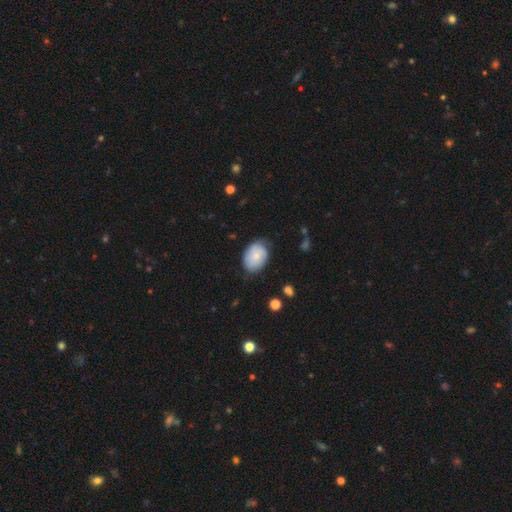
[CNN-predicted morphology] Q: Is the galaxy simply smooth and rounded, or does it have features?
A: smooth — 64%.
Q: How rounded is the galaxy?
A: in between — 77%.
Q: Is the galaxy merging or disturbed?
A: none — 65%.